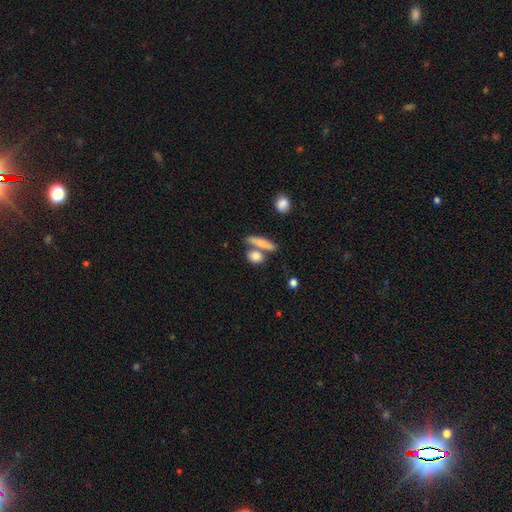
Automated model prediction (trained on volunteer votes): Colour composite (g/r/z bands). It shows a smooth galaxy with no disk features (81%) that is in between round and cigar-shaped (48%). Merging: none (55%).